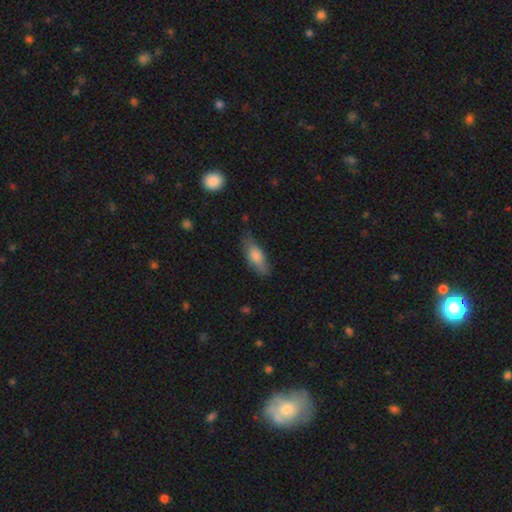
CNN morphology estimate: A smooth galaxy with no disk features (74%) that is in between round and cigar-shaped (62%). Merging: none (72%).